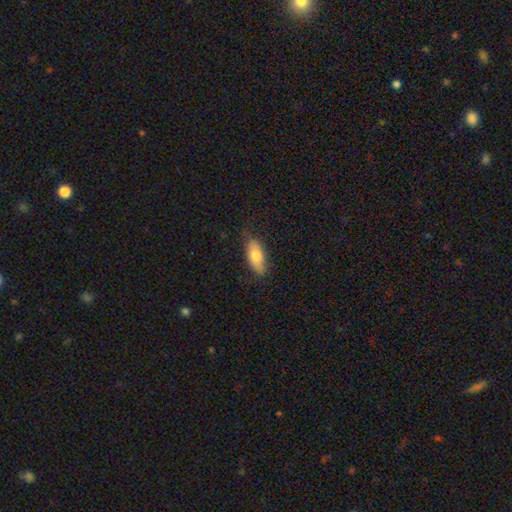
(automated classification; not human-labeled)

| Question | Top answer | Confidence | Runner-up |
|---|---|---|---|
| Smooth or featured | smooth | 75% | featured or disk (19%) |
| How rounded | in between | 84% | cigar-shaped (13%) |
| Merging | none | 78% | minor disturbance (18%) |